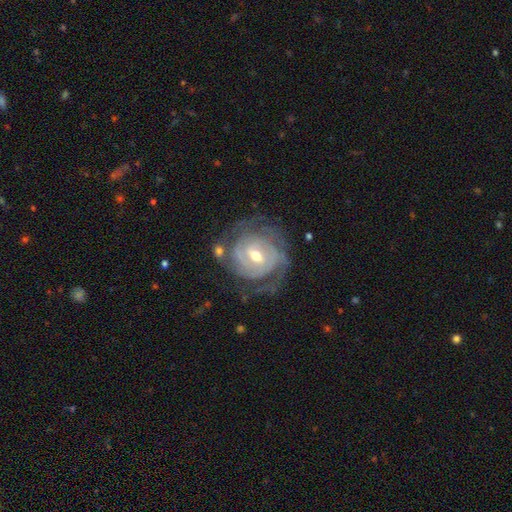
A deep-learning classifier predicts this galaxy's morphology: Smooth or featured? Predicted: featured or disk (p=0.88). Edge-on disk? Predicted: no (p=0.97). Bar? Predicted: weak (p=0.53). Spiral arms? Predicted: yes (p=0.96). Spiral winding? Predicted: tight (p=0.71). Spiral arm count? Predicted: 2 (p=0.30). Bulge size? Predicted: moderate (p=0.66). Merging? Predicted: none (p=0.66).